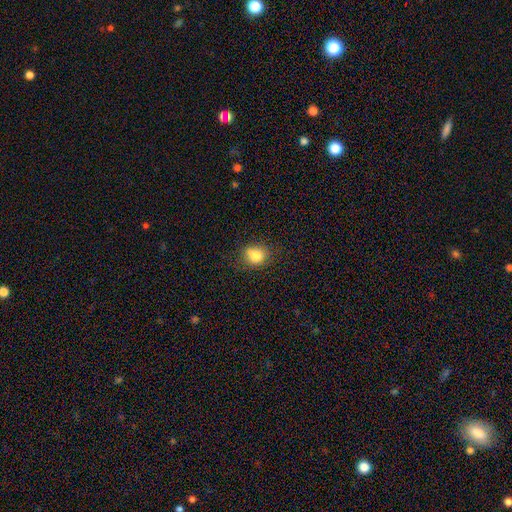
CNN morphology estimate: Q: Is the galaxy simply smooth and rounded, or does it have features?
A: smooth — 80%.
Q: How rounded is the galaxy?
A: round — 67%.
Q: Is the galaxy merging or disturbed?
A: none — 66%.